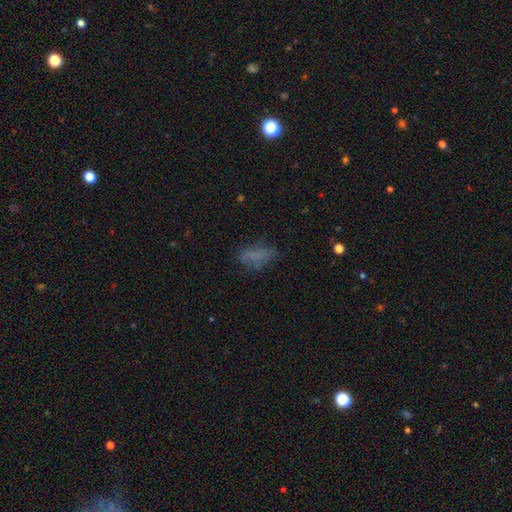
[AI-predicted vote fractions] Q: Smooth or featured?
A: smooth (61%); runner-up: featured or disk (22%)
Q: How rounded?
A: in between (77%); runner-up: cigar-shaped (17%)
Q: Merging?
A: none (56%); runner-up: minor disturbance (23%)